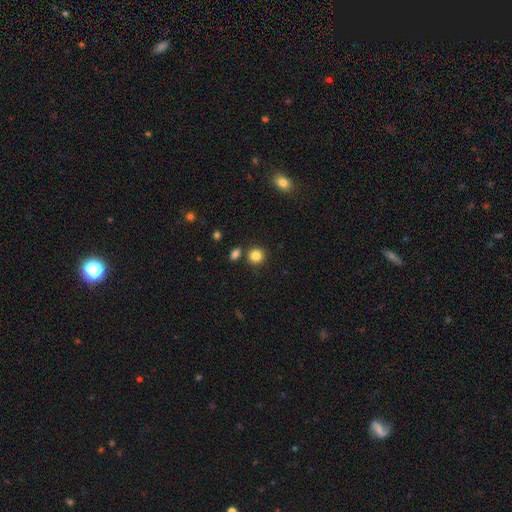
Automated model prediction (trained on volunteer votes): This is clearly a smooth galaxy (85%). How rounded: clearly round (88%). Merging: clearly none (81%).